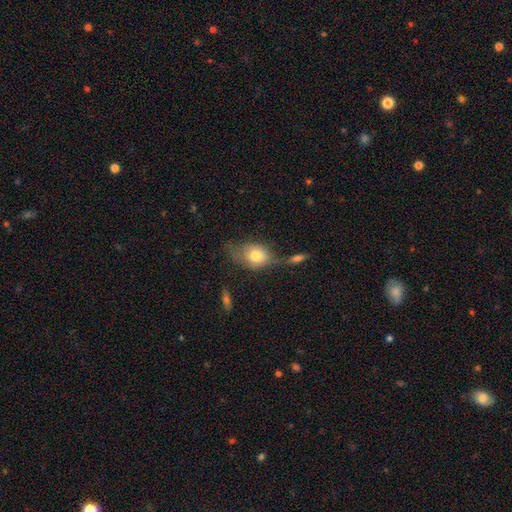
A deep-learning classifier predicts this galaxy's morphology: This appears to be a smooth galaxy with no disk features (70%) that is in between round and cigar-shaped (69%). Merging: none (37%).